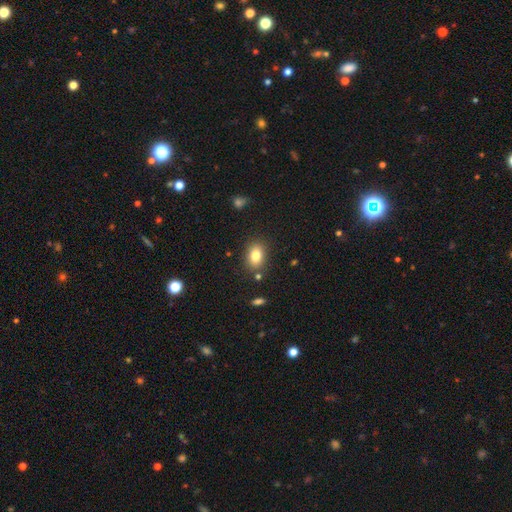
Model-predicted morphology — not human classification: Q: Smooth or featured?
A: smooth (81%); runner-up: star or artifact (10%)
Q: How rounded?
A: in between (72%); runner-up: round (27%)
Q: Merging?
A: none (83%); runner-up: minor disturbance (11%)